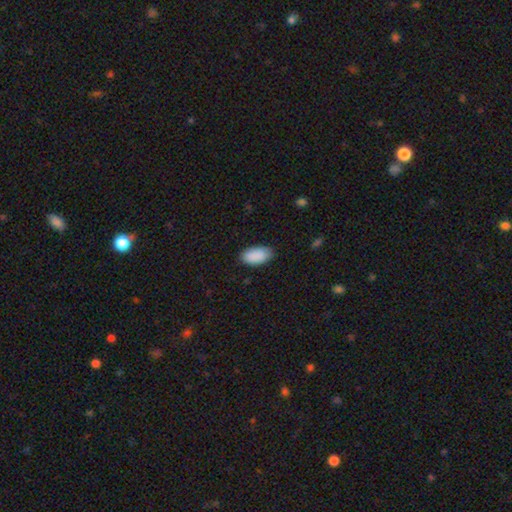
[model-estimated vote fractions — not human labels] Smooth or featured? Predicted: smooth (p=0.91). How rounded? Predicted: in between (p=0.95). Merging? Predicted: none (p=0.83).